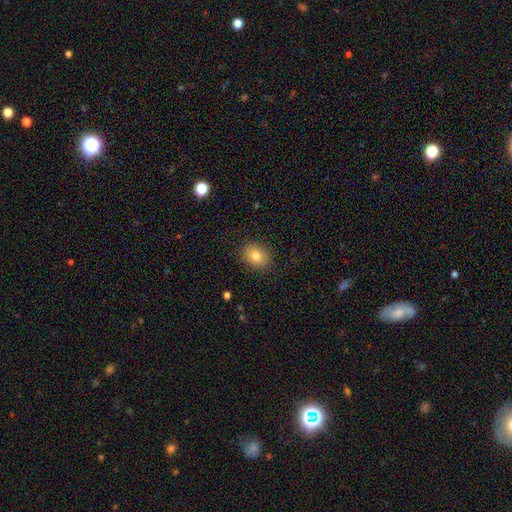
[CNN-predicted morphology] smooth 80%, featured or disk 10%, star or artifact 10%. Down the decision tree: how rounded — in between (53%); merging — none (88%).